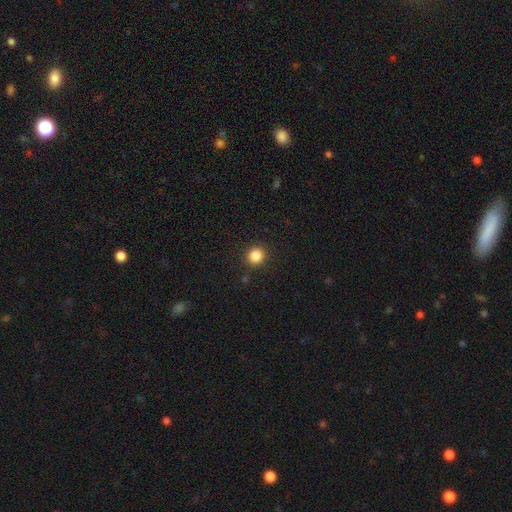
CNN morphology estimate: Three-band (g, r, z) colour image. It shows a smooth galaxy with no disk features (85%) that is round (90%). Merging: none (90%).